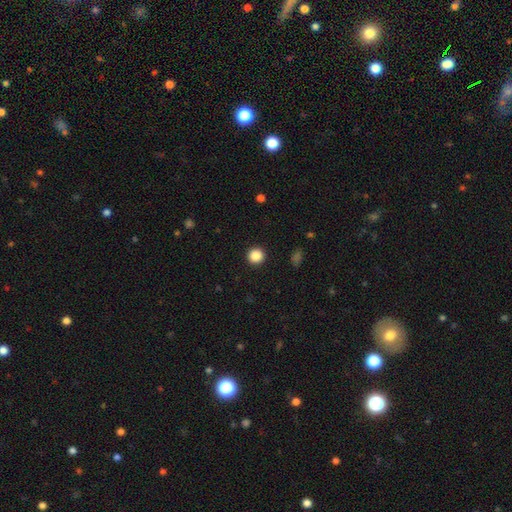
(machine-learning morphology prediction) Smooth or featured? Predicted: smooth (p=0.88). How rounded? Predicted: round (p=0.94). Merging? Predicted: none (p=0.93).